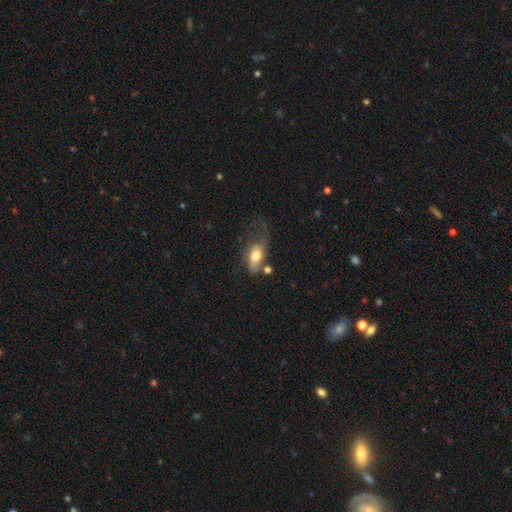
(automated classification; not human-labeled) smooth 59%, featured or disk 34%, star or artifact 7%. Down the decision tree: how rounded — in between (85%); merging — major disturbance (43%).